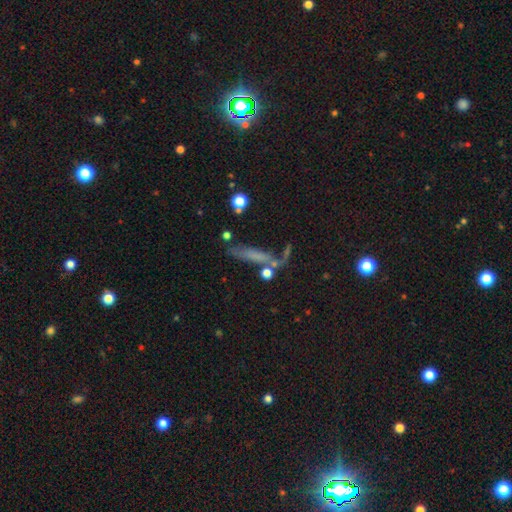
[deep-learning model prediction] Overall: smooth (54%; featured or disk 32%). How rounded: cigar-shaped (80%). Merging: none (56%; minor disturbance 19%).